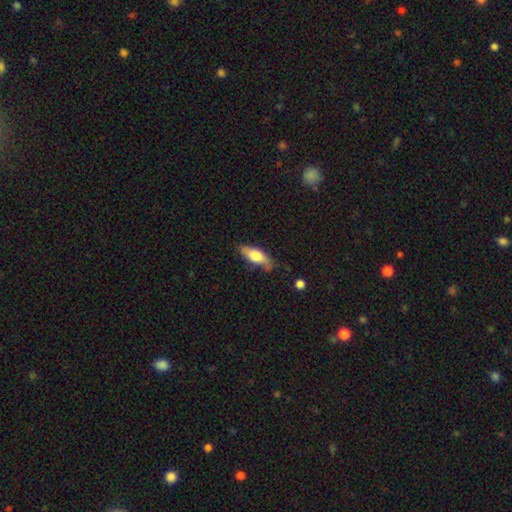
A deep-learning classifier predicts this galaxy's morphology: smooth-or-featured: smooth: 64% | featured or disk: 30% | star or artifact: 6%
  how-rounded: in between: 64% | cigar-shaped: 33% | round: 3%
  merging: none: 75% | minor disturbance: 19% | major disturbance: 4% | merger: 2%